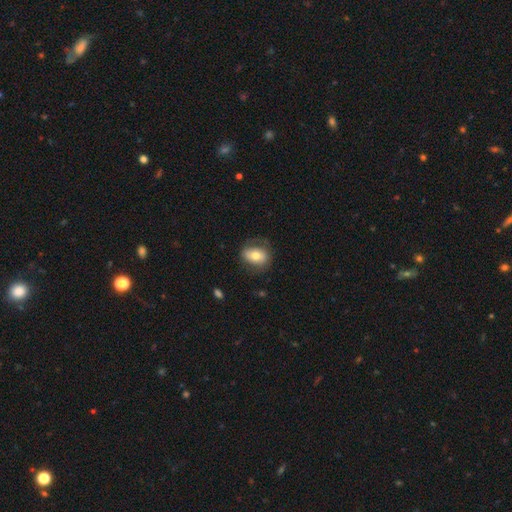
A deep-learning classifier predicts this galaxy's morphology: smooth 64%, featured or disk 28%, star or artifact 7%. Down the decision tree: how rounded — in between (74%); merging — none (68%).